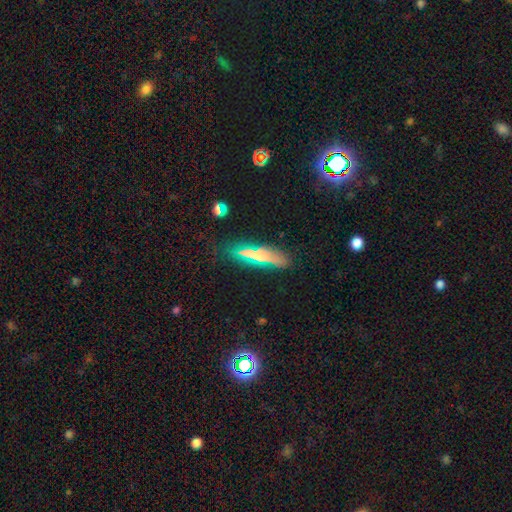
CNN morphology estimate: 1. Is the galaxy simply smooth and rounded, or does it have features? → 51% smooth, 31% featured or disk, 18% star or artifact.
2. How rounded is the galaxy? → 73% cigar-shaped, 22% in between, 4% round.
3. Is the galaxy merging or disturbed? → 79% none, 14% minor disturbance, 4% major disturbance, 3% merger.